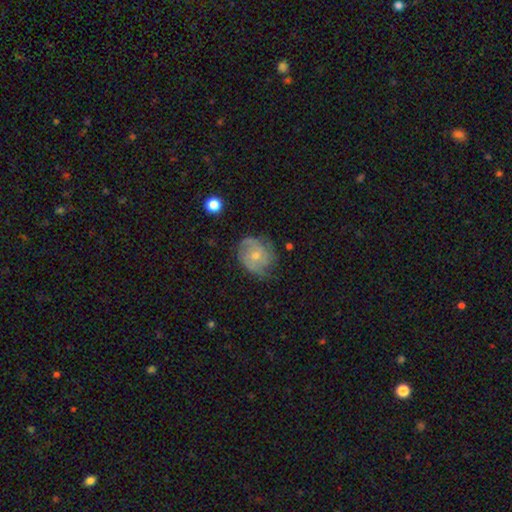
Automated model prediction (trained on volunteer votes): A featured or disk galaxy (60%) with no bar (77%), spiral arms (80%) and a small central bulge (51%). Merging: none (59%).